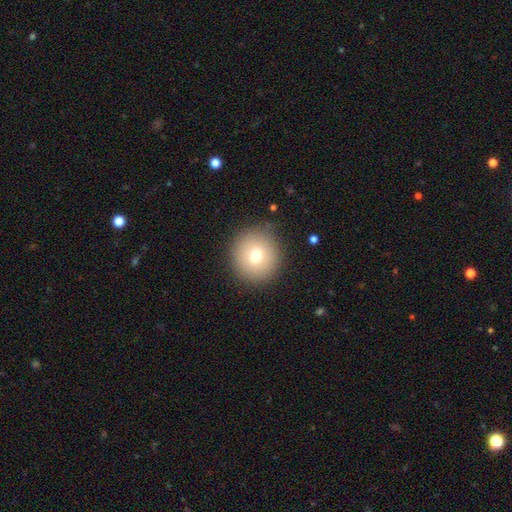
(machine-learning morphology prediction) A smooth galaxy with no disk features (71%) that is round (93%). Merging: none (87%).